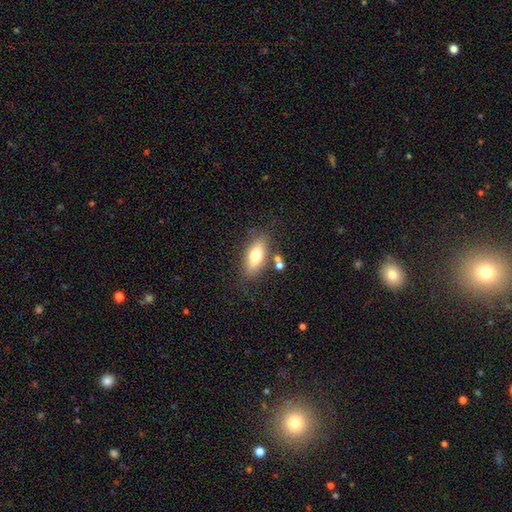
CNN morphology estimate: Smooth or featured: smooth — 72% (featured or disk — 20%)
How rounded: in between — 81% (cigar-shaped — 14%)
Merging: none — 73% (minor disturbance — 14%)